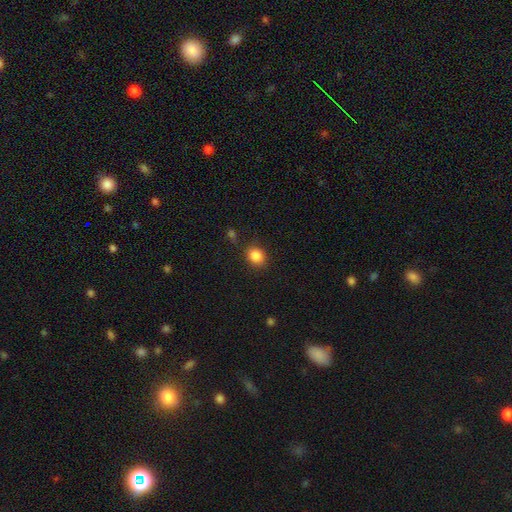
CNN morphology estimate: Smooth or featured? smooth (86%)
How rounded? round (65%)
Merging? none (81%)